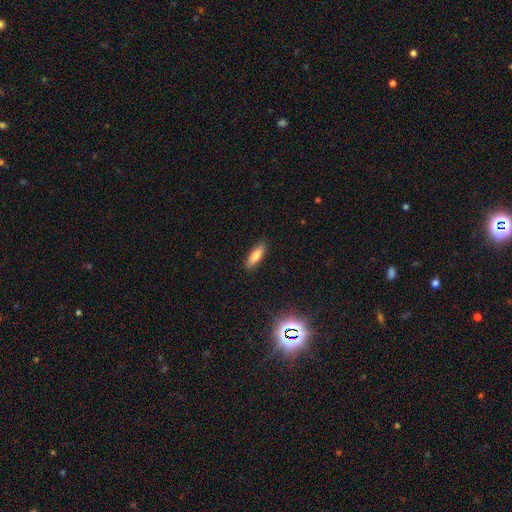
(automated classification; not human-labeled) smooth 78%, featured or disk 13%, star or artifact 9%. Down the decision tree: how rounded — in between (51%); merging — none (87%).